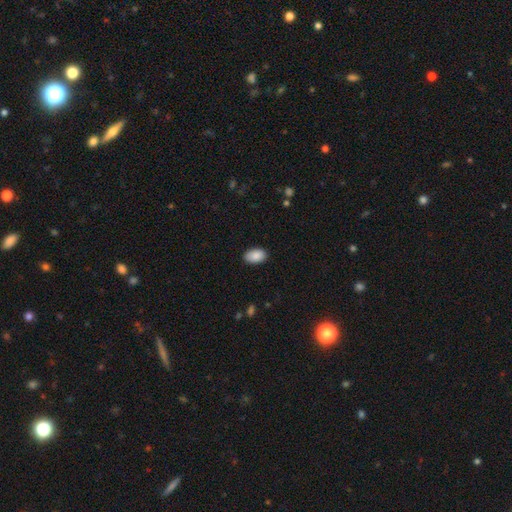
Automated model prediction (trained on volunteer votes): Smooth or featured?
  - smooth: 89% *
  - star or artifact: 7%
  - featured or disk: 4%
How rounded?
  - in between: 93% *
  - round: 5%
  - cigar-shaped: 1%
Merging?
  - none: 87% *
  - minor disturbance: 10%
  - major disturbance: 2%
  - merger: 1%